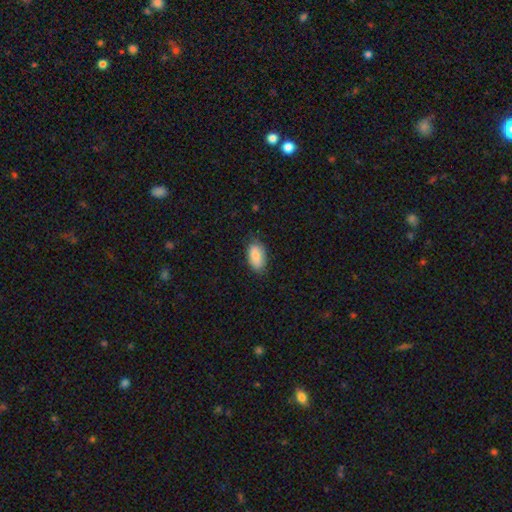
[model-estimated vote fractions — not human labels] Morphology: type=smooth (85%); roundness=in between (93%); merging=none (77%).